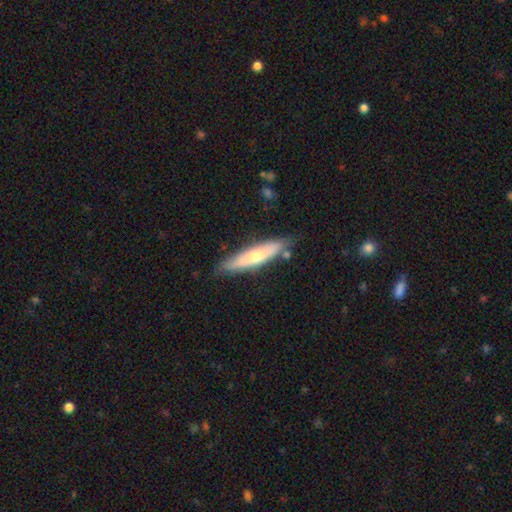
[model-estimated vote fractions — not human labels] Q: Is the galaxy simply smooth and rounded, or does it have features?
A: featured or disk — 47%.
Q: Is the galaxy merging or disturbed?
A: none — 82%.